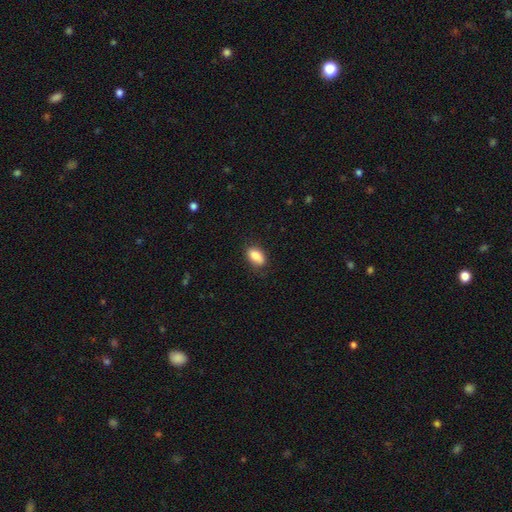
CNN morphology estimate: Smooth or featured? Predicted: smooth (p=0.85). How rounded? Predicted: in between (p=0.90). Merging? Predicted: none (p=0.80).